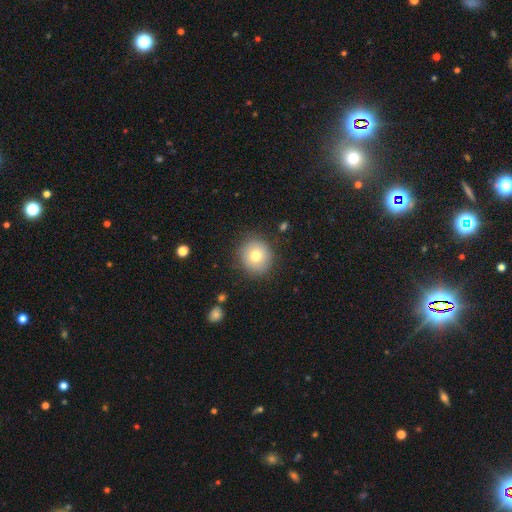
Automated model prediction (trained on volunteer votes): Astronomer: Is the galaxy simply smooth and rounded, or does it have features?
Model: smooth — 75%.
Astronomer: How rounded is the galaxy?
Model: round — 89%.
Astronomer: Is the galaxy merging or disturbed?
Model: none — 86%.